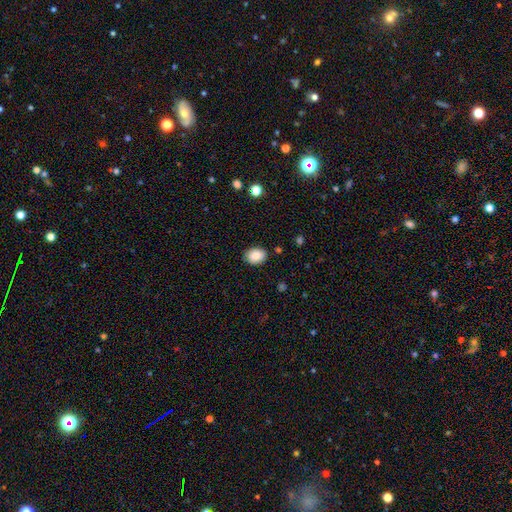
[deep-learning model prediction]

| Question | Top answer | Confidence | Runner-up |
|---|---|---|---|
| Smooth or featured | smooth | 87% | star or artifact (8%) |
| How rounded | in between | 64% | round (35%) |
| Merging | none | 85% | minor disturbance (11%) |